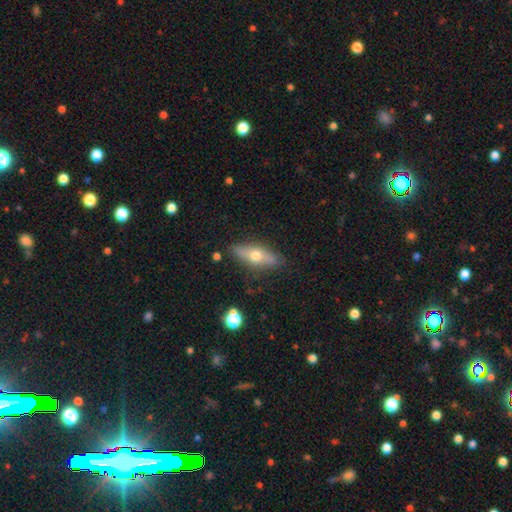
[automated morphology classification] This appears to be a smooth galaxy with no disk features (47%). Merging: none (83%).